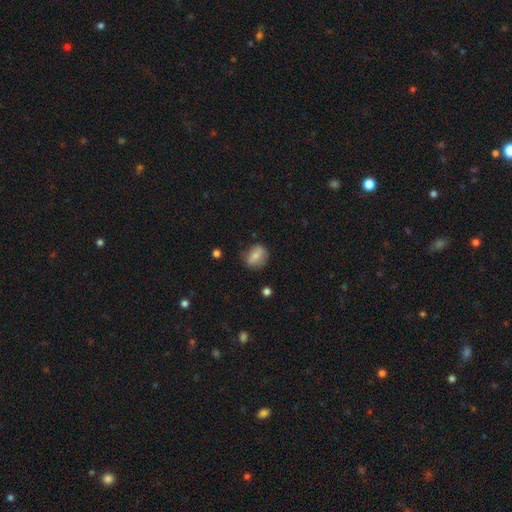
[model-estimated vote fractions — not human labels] Smooth or featured: smooth — 72% (featured or disk — 19%)
How rounded: in between — 54% (round — 43%)
Merging: none — 72% (minor disturbance — 21%)